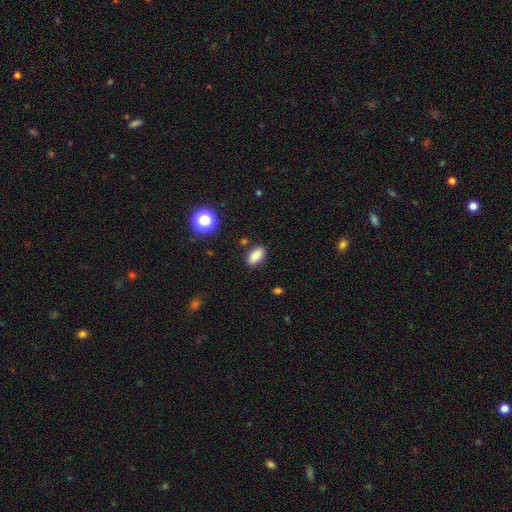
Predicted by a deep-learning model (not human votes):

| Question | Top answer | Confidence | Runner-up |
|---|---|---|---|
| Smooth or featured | smooth | 85% | star or artifact (10%) |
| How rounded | in between | 90% | round (7%) |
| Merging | none | 87% | minor disturbance (9%) |